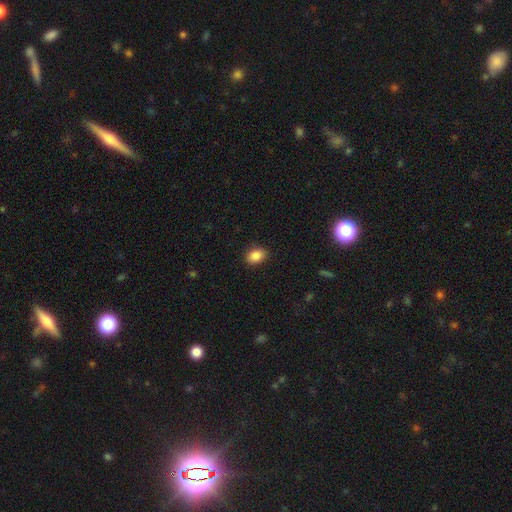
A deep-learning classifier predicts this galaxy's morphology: Q: Smooth or featured?
A: smooth (86%); runner-up: star or artifact (9%)
Q: How rounded?
A: in between (75%); runner-up: round (24%)
Q: Merging?
A: none (88%); runner-up: minor disturbance (9%)